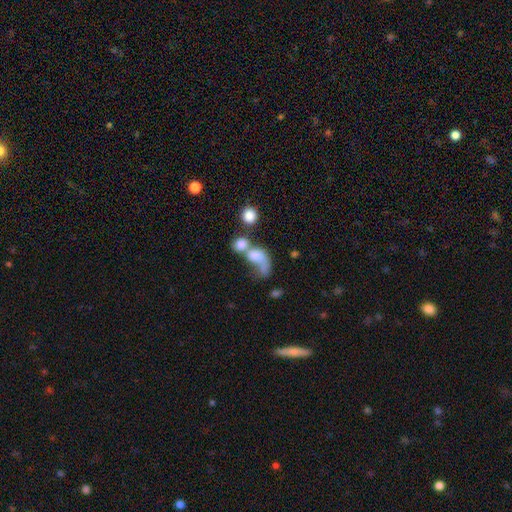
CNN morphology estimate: Q: Smooth or featured?
A: smooth (59%); runner-up: featured or disk (29%)
Q: How rounded?
A: in between (63%); runner-up: round (33%)
Q: Merging?
A: merger (57%); runner-up: major disturbance (22%)